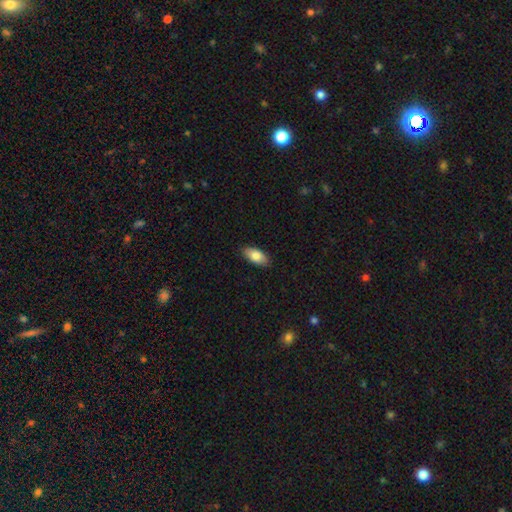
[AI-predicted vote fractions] Smooth or featured? Predicted: smooth (p=0.84). How rounded? Predicted: in between (p=0.91). Merging? Predicted: none (p=0.89).